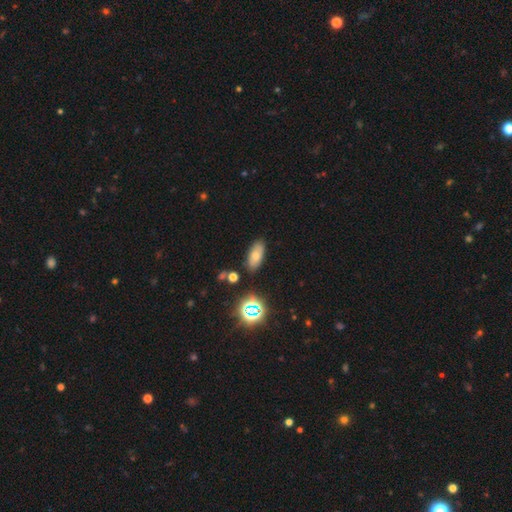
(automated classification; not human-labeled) Q: Smooth or featured?
A: smooth (68%); runner-up: star or artifact (16%)
Q: How rounded?
A: in between (84%); runner-up: cigar-shaped (10%)
Q: Merging?
A: none (84%); runner-up: minor disturbance (10%)